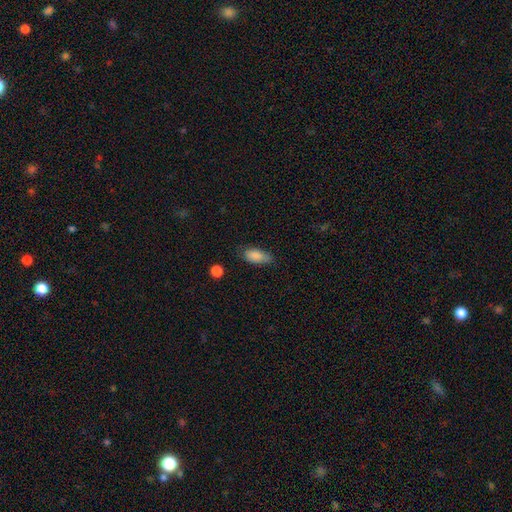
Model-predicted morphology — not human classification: smooth_or_featured: smooth (p=0.85) [alt: star or artifact p=0.08]
how_rounded: in between (p=0.86) [alt: cigar-shaped p=0.10]
merging: none (p=0.64) [alt: minor disturbance p=0.28]